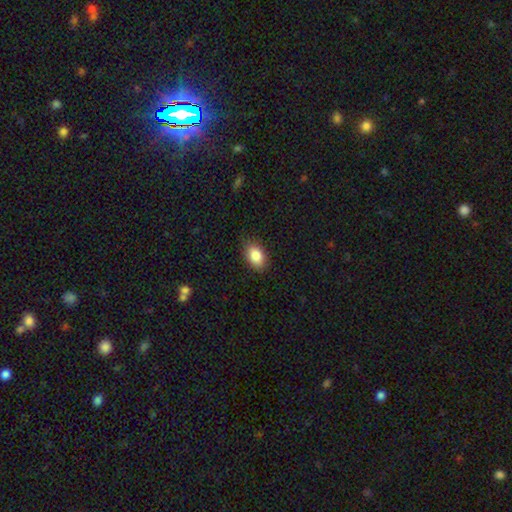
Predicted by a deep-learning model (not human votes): This is clearly a smooth galaxy (85%). How rounded: clearly in between (86%). Merging: clearly none (84%).